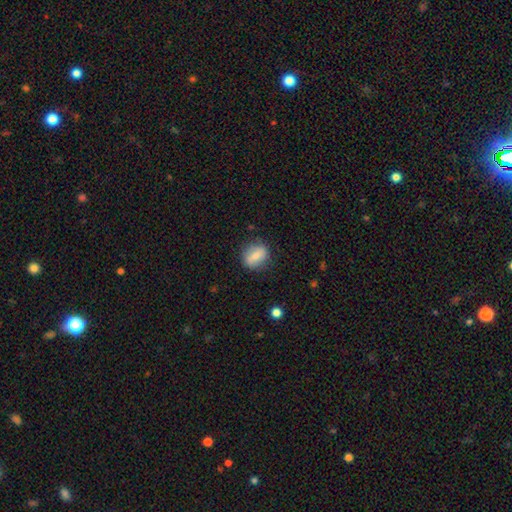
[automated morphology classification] A smooth galaxy with no disk features (68%) that is in between round and cigar-shaped (51%). Merging: none (80%).